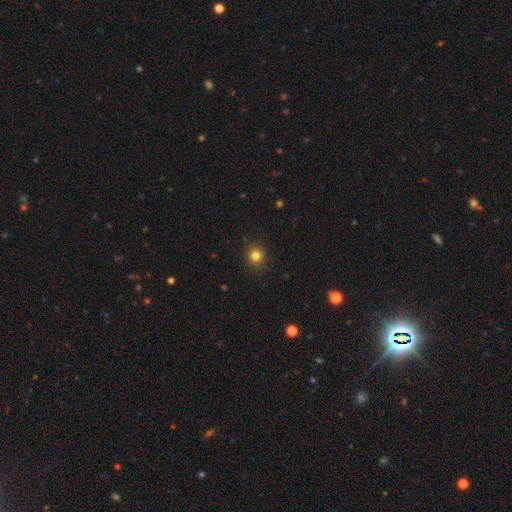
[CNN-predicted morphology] Q: Smooth or featured?
A: smooth (81%); runner-up: star or artifact (14%)
Q: How rounded?
A: round (91%); runner-up: in between (8%)
Q: Merging?
A: none (90%); runner-up: minor disturbance (7%)